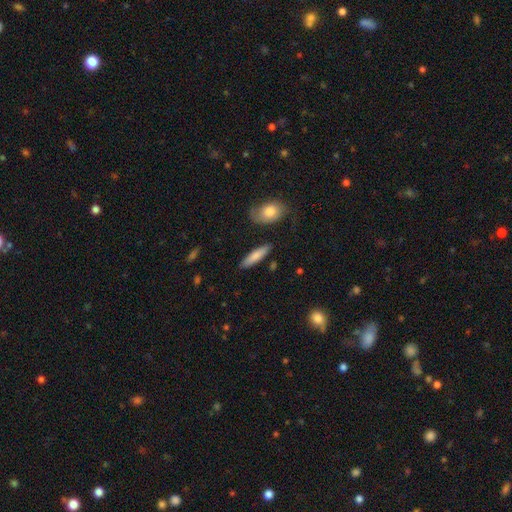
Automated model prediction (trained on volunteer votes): Smooth or featured?
  - smooth: 78% *
  - featured or disk: 17%
  - star or artifact: 6%
How rounded?
  - cigar-shaped: 73% *
  - in between: 25%
  - round: 2%
Merging?
  - none: 86% *
  - minor disturbance: 9%
  - merger: 3%
  - major disturbance: 2%